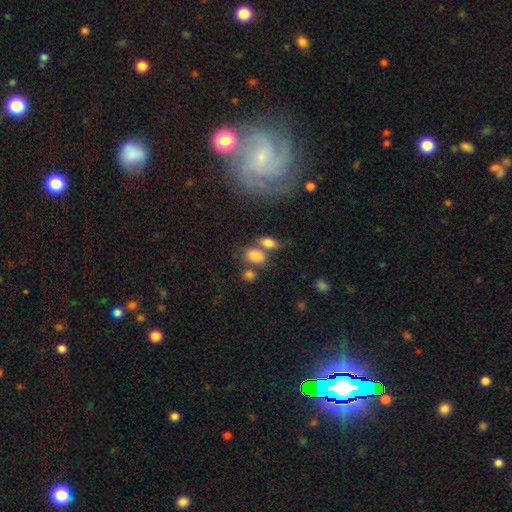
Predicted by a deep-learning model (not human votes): This is clearly a smooth galaxy (81%). How rounded: clearly in between (83%). Merging: marginally none (43%).